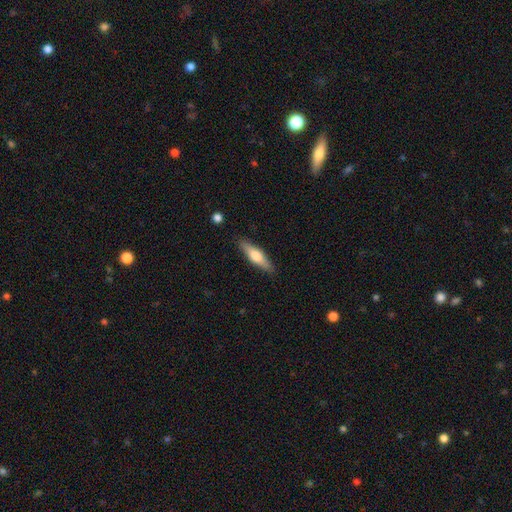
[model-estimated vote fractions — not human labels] The model was most divided on "smooth or featured": smooth: 50%, featured or disk: 44%, star or artifact: 6%. More confident: merging — none (87%); how rounded — cigar-shaped (71%).